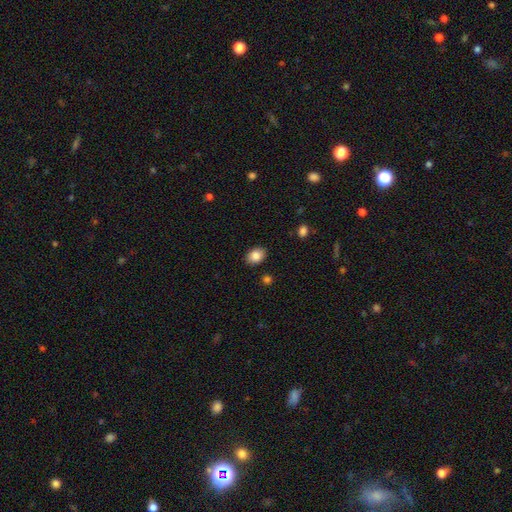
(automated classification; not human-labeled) smooth 86%, star or artifact 8%, featured or disk 5%. Down the decision tree: how rounded — in between (69%); merging — none (88%).